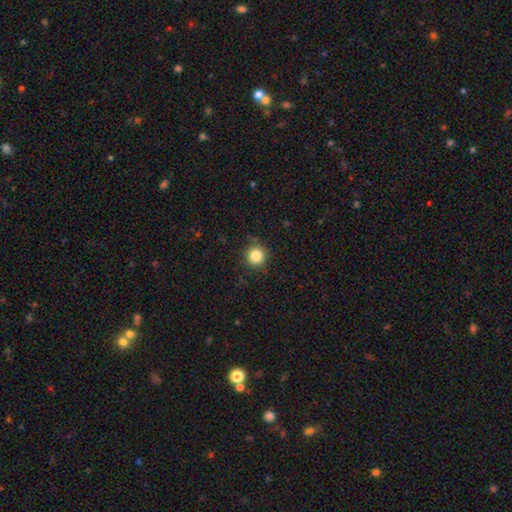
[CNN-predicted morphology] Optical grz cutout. It shows a smooth galaxy with no disk features (84%) that is round (95%). Merging: none (88%).